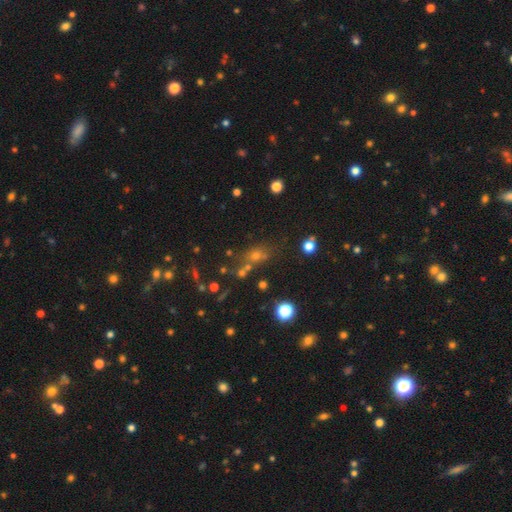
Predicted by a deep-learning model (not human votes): This appears to be a smooth galaxy with no disk features (49%). Merging: none (58%).